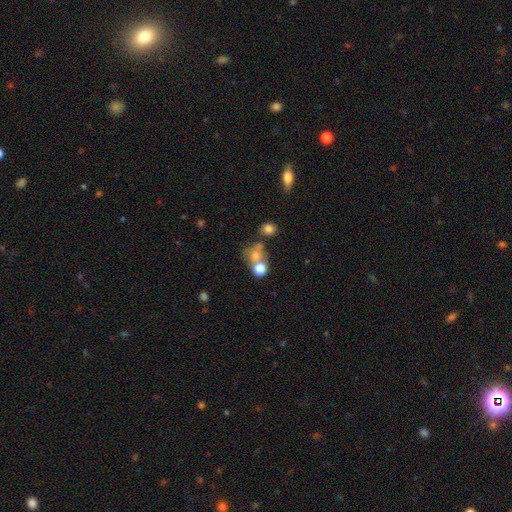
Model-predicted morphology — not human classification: A smooth galaxy with no disk features (63%) that is round (67%). Merging: merger (39%, tied with none).